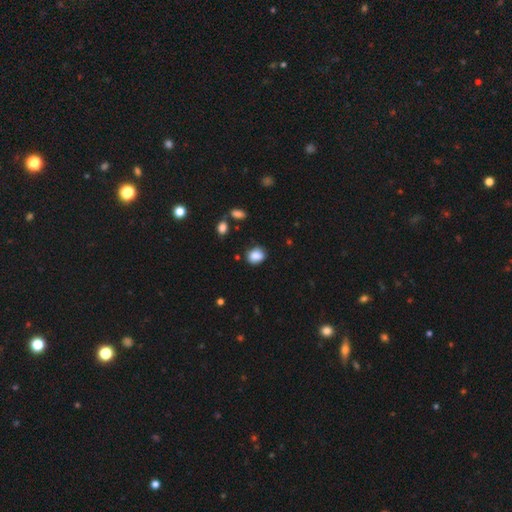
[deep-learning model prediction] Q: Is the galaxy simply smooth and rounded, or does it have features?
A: smooth — 85%.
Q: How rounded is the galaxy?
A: in between — 52%.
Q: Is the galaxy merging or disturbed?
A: none — 73%.